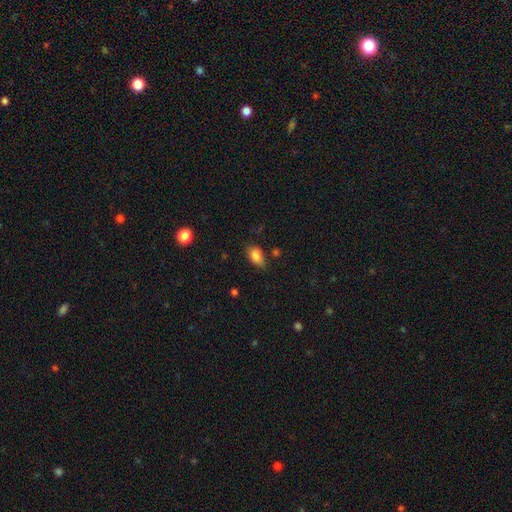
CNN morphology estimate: smooth 84%, star or artifact 9%, featured or disk 7%. Down the decision tree: how rounded — in between (88%); merging — none (64%).